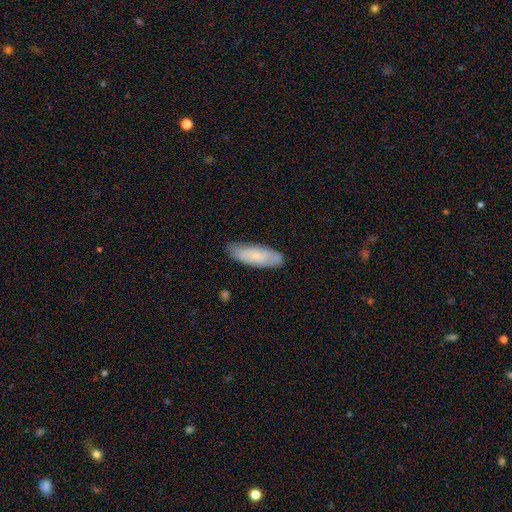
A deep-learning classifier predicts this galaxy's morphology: Overall: smooth (64%; featured or disk 30%). How rounded: in between (62%; cigar-shaped 37%). Merging: none (75%).